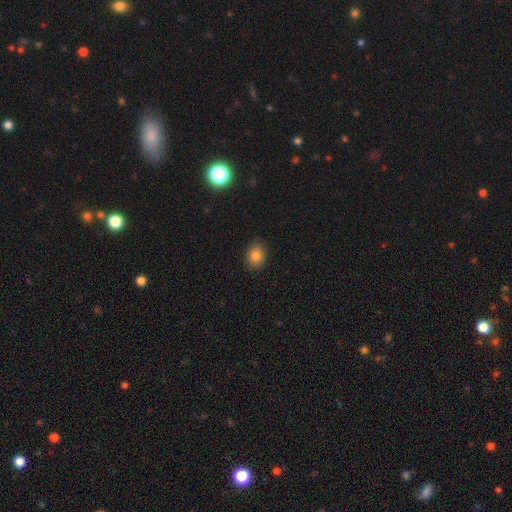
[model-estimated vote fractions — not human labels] A smooth galaxy with no disk features (81%) that is round (52%).

Vote fractions:
- Smooth or featured? smooth: 81% / star or artifact: 11% / featured or disk: 7%
- How rounded? round: 52% / in between: 47% / cigar-shaped: 1%
- Merging? none: 85% / minor disturbance: 12% / major disturbance: 2% / merger: 1%